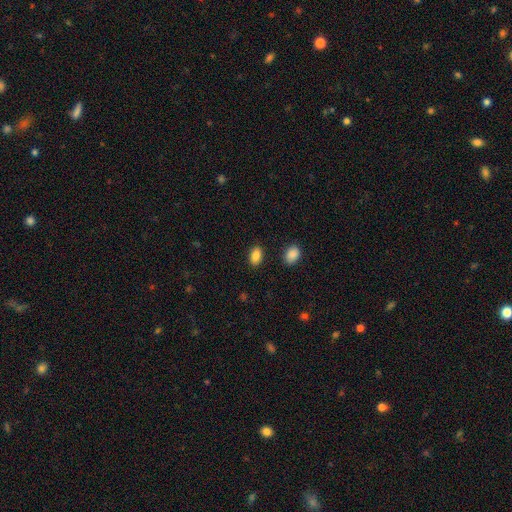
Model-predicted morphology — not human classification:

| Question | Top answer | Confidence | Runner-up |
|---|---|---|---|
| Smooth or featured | smooth | 87% | star or artifact (8%) |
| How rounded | in between | 91% | round (7%) |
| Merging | none | 87% | minor disturbance (8%) |